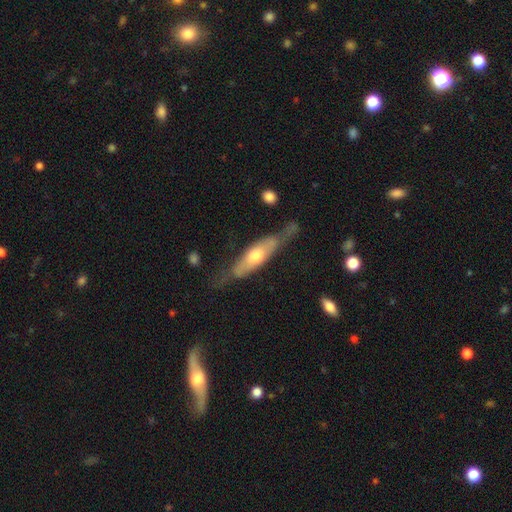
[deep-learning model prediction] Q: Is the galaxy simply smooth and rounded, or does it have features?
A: featured or disk — 54%.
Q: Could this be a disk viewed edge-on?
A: yes — 67%.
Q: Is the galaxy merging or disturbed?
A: none — 51%.